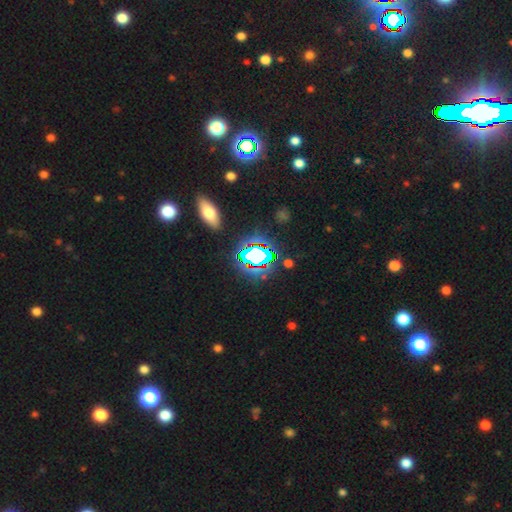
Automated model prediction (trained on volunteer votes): Q: Smooth or featured?
A: star or artifact (65%); runner-up: smooth (21%)